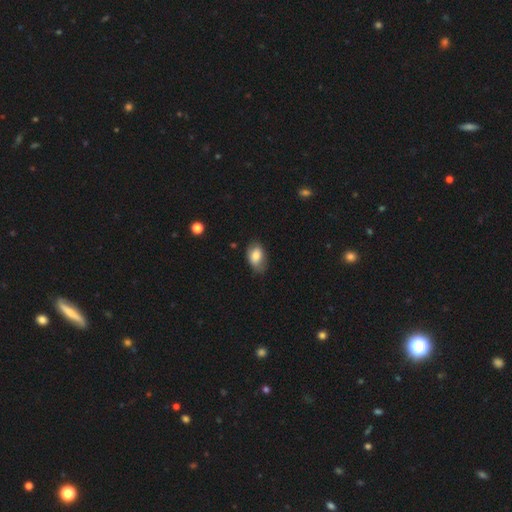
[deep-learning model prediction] smooth-or-featured: smooth: 79% | featured or disk: 13% | star or artifact: 8%
  how-rounded: in between: 87% | round: 12% | cigar-shaped: 1%
  merging: none: 61% | minor disturbance: 31% | major disturbance: 7% | merger: 2%